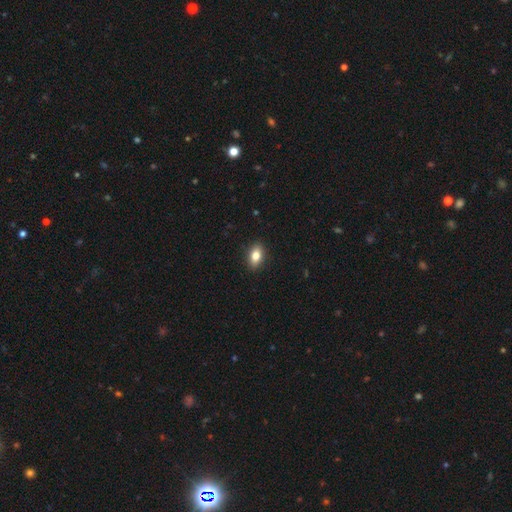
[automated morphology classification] type=smooth (82%); roundness=in between (86%); merging=none (90%).